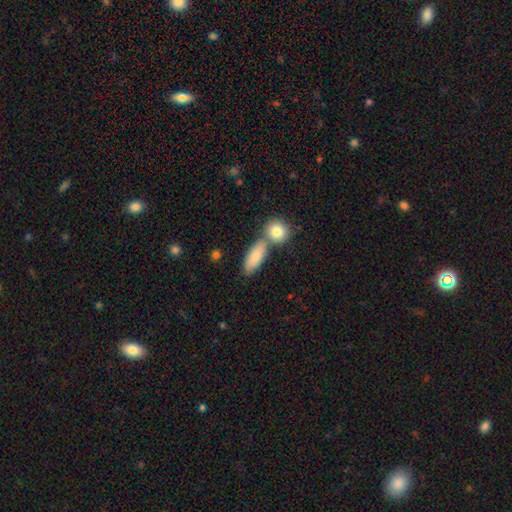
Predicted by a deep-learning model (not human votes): Smooth or featured: smooth — 79% (featured or disk — 13%)
How rounded: in between — 71% (cigar-shaped — 24%)
Merging: none — 56% (merger — 30%)